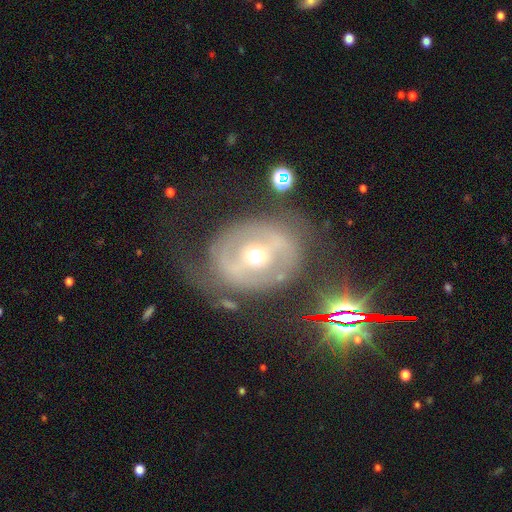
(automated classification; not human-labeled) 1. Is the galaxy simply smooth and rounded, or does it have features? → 70% featured or disk, 19% smooth, 10% star or artifact.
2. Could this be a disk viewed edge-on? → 94% no, 6% yes.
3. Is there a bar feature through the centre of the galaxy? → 41% strong, 33% weak, 26% no.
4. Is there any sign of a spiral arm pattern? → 51% no, 49% yes.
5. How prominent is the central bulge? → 66% moderate, 28% small, 4% large, 1% dominant, 1% none.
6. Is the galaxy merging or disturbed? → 63% none, 18% minor disturbance, 17% major disturbance, 3% merger.